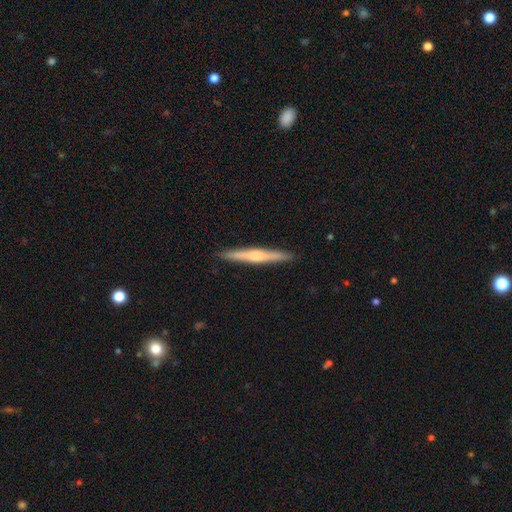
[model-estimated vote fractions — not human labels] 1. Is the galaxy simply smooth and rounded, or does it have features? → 51% featured or disk, 43% smooth, 5% star or artifact.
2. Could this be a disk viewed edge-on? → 97% yes, 3% no.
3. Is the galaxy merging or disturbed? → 92% none, 6% minor disturbance, 1% major disturbance, 1% merger.